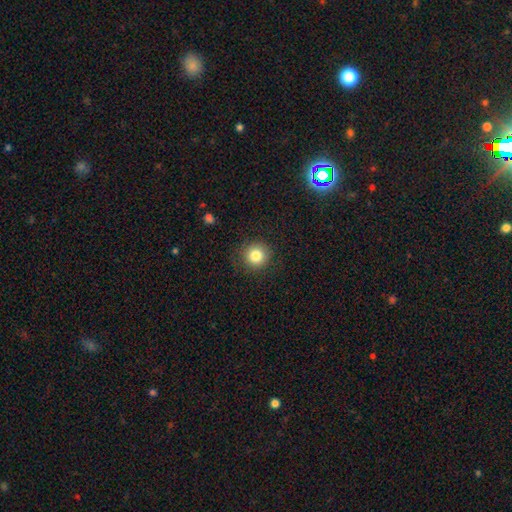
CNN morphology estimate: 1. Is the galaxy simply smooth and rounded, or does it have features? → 83% smooth, 11% star or artifact, 7% featured or disk.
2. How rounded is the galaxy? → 93% round, 6% in between, 1% cigar-shaped.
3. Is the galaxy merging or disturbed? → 89% none, 8% minor disturbance, 3% major disturbance, 1% merger.